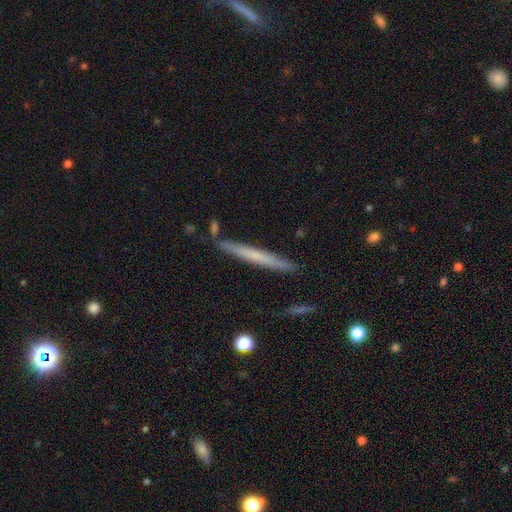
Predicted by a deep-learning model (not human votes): Morphology: type=smooth (55%); roundness=cigar-shaped (97%); merging=none (87%).